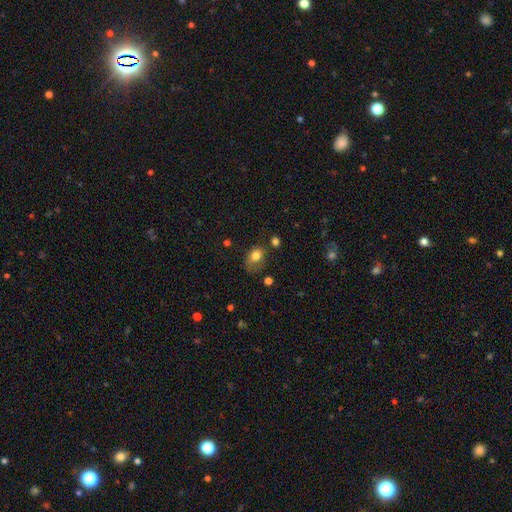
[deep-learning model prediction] Q: Smooth or featured?
A: smooth (78%); runner-up: featured or disk (12%)
Q: How rounded?
A: in between (65%); runner-up: round (34%)
Q: Merging?
A: none (43%); runner-up: minor disturbance (32%)